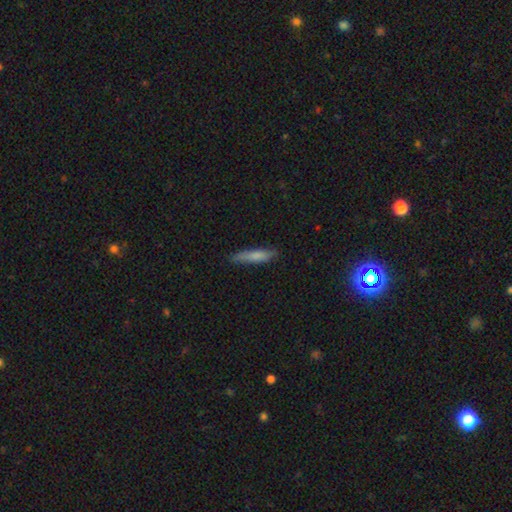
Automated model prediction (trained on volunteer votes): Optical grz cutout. It shows a smooth galaxy with no disk features (76%) that is cigar-shaped (85%). Merging: none (80%).